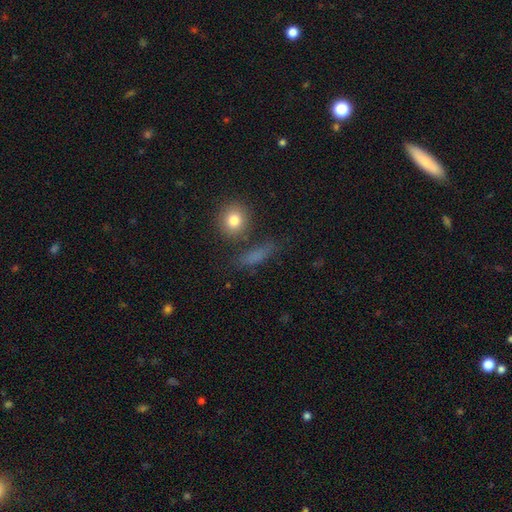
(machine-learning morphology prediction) Smooth or featured: smooth — 68% (star or artifact — 16%)
How rounded: cigar-shaped — 51% (in between — 32%)
Merging: none — 71% (minor disturbance — 15%)